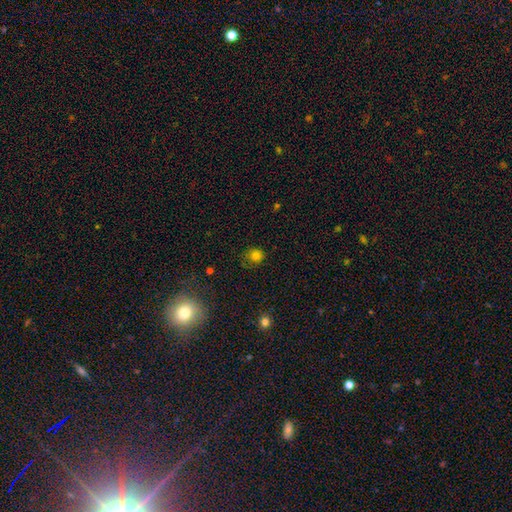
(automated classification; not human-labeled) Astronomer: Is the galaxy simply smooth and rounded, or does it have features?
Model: smooth — 77%.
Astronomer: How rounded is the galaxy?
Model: round — 84%.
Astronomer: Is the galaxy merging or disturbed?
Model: none — 73%.